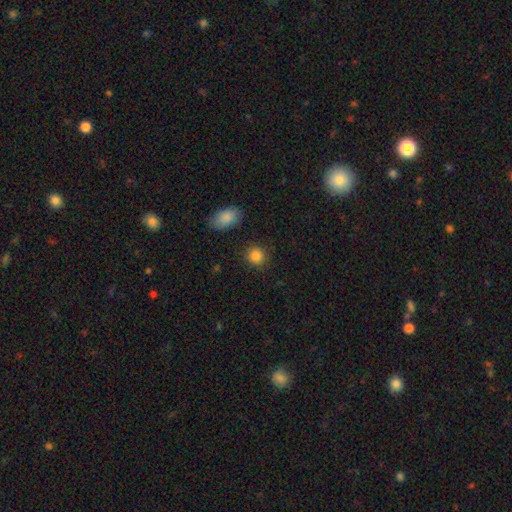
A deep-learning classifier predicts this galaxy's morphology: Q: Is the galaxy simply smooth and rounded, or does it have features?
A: smooth — 85%.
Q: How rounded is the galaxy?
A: round — 87%.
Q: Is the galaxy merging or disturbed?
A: none — 87%.